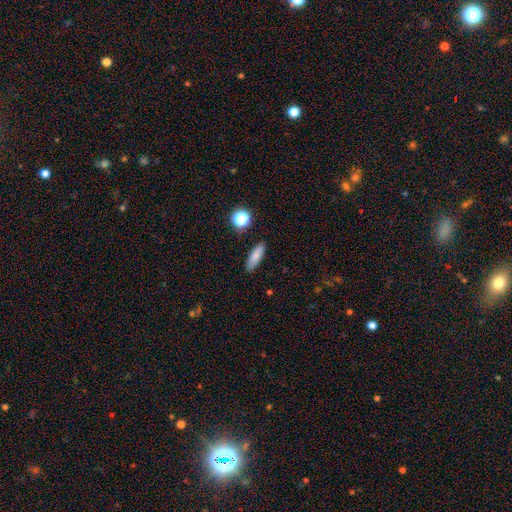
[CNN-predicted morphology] Q: Smooth or featured?
A: smooth (81%); runner-up: star or artifact (10%)
Q: How rounded?
A: in between (50%); runner-up: cigar-shaped (46%)
Q: Merging?
A: none (86%); runner-up: minor disturbance (9%)